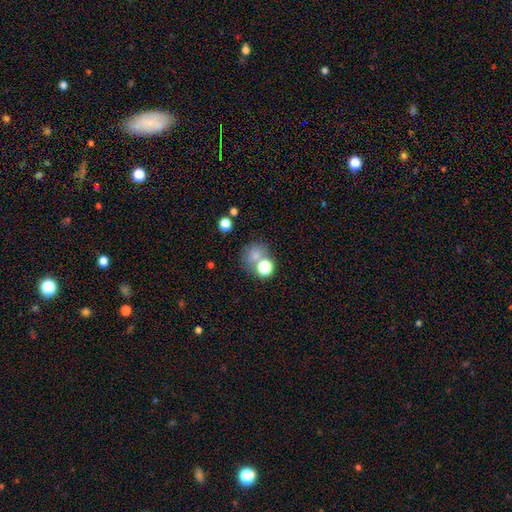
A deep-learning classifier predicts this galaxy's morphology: Smooth or featured? Predicted: smooth (p=0.70). How rounded? Predicted: round (p=0.77). Merging? Predicted: none (p=0.52).